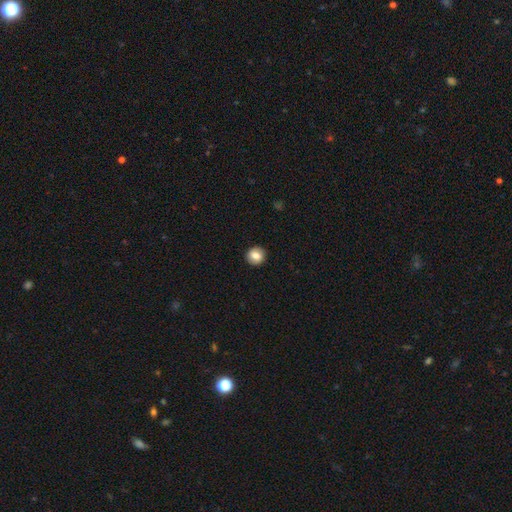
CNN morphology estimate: Smooth or featured: smooth — 80% (featured or disk — 12%)
How rounded: round — 88% (in between — 11%)
Merging: none — 91% (minor disturbance — 6%)